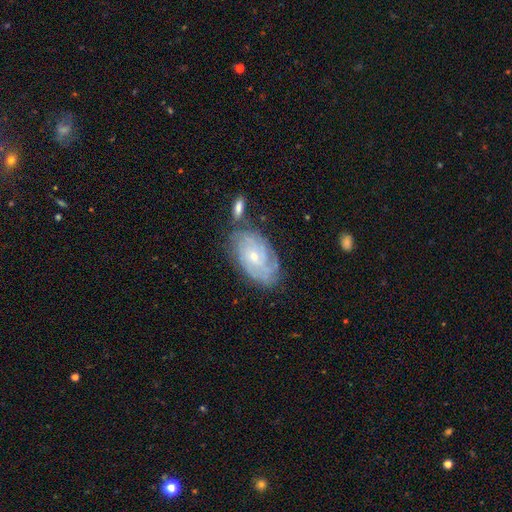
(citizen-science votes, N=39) This is likely a featured or disk galaxy (67%). It is clearly not viewed edge-on (96%). Bar: clearly no (84%). Spiral arm pattern: clearly yes (84%). Spiral arm count: likely can't tell (67%). Spiral winding: clearly tight (86%). Central bulge: likely moderate (68%). Merging: clearly none (82%).